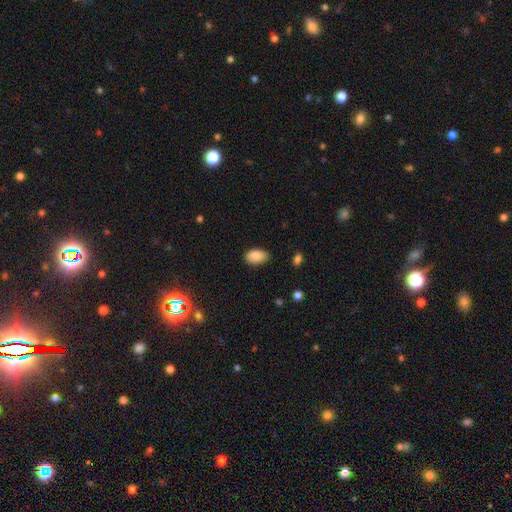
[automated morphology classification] A smooth galaxy with no disk features (87%) that is in between round and cigar-shaped (92%). Merging: none (77%).